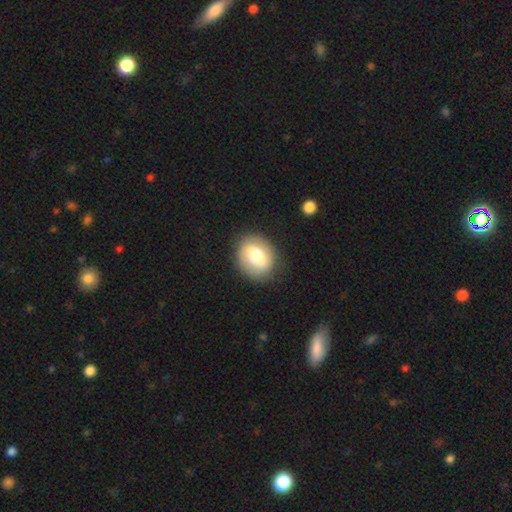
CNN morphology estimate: A smooth galaxy with no disk features (62%) that is round (60%).

Vote fractions:
- Smooth or featured? smooth: 62% / featured or disk: 30% / star or artifact: 8%
- How rounded? round: 60% / in between: 39% / cigar-shaped: 1%
- Merging? none: 83% / minor disturbance: 11% / major disturbance: 4% / merger: 1%